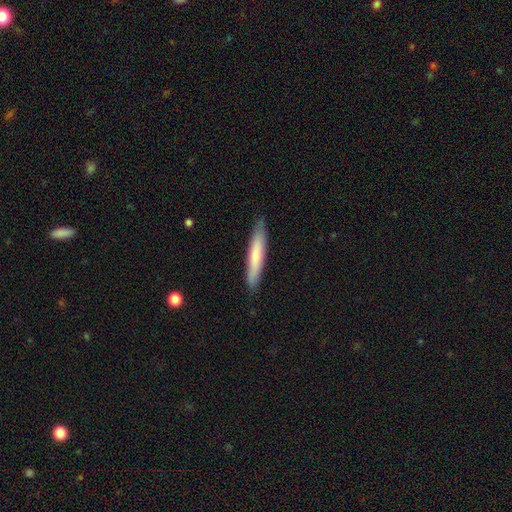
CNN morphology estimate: Smooth or featured? smooth (70%)
How rounded? cigar-shaped (92%)
Merging? none (87%)